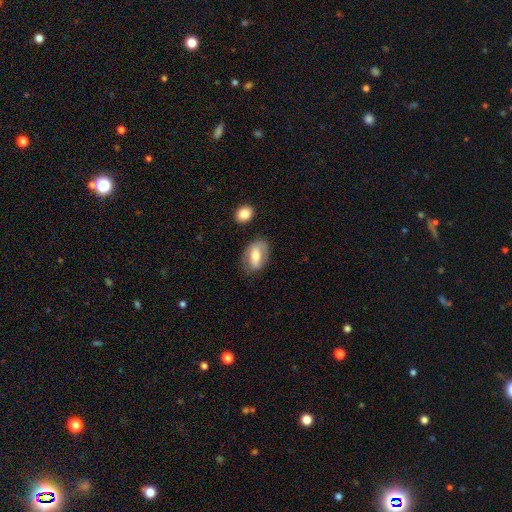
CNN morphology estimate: smooth_or_featured: smooth (p=0.62) [alt: featured or disk p=0.31]
how_rounded: in between (p=0.87) [alt: round p=0.09]
merging: none (p=0.68) [alt: minor disturbance p=0.21]